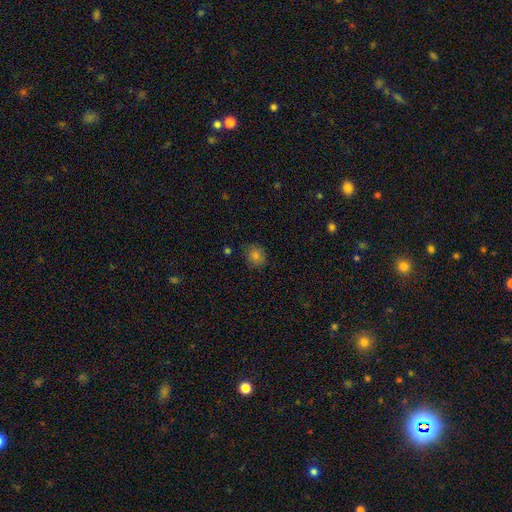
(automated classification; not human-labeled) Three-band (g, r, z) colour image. It shows a smooth galaxy with no disk features (77%) that is round (75%). Merging: none (82%).